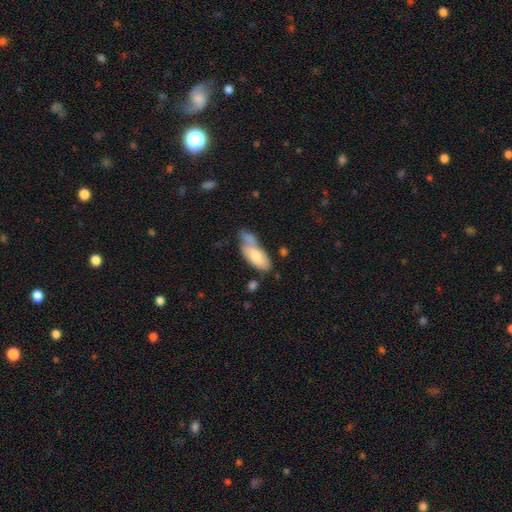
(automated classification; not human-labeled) Q: Smooth or featured?
A: smooth (73%); runner-up: featured or disk (21%)
Q: How rounded?
A: in between (83%); runner-up: cigar-shaped (15%)
Q: Merging?
A: none (35%); runner-up: merger (32%)